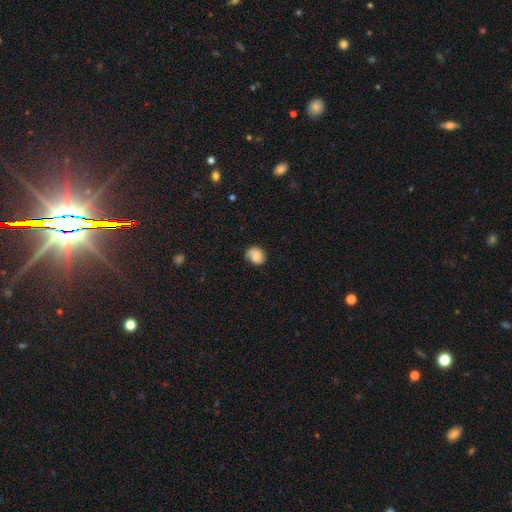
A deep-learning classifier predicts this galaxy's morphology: type=smooth (74%); roundness=round (60%); merging=none (65%).